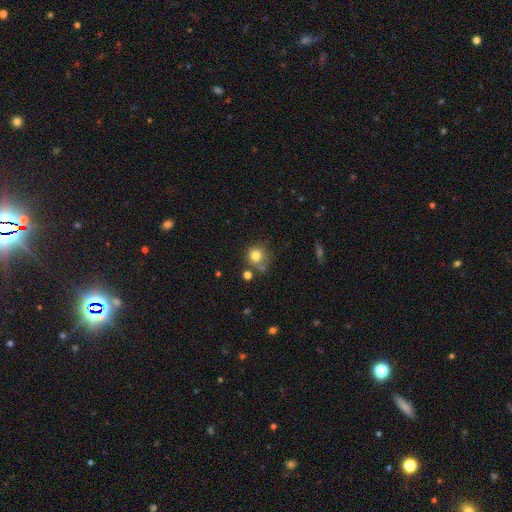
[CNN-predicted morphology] Smooth or featured? Predicted: smooth (p=0.80). How rounded? Predicted: round (p=0.88). Merging? Predicted: none (p=0.63).